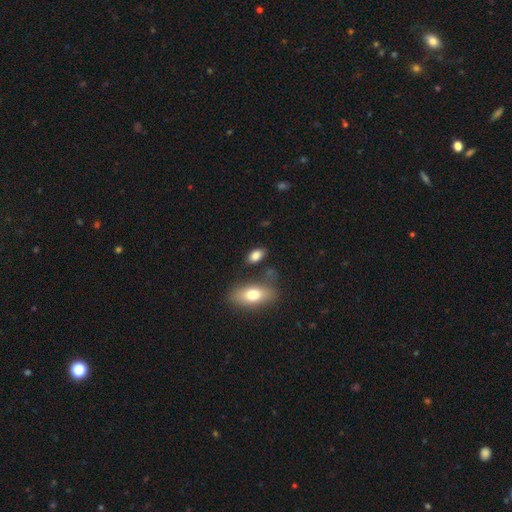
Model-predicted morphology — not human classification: A smooth galaxy with no disk features (83%) that is in between round and cigar-shaped (89%).

Vote fractions:
- Smooth or featured? smooth: 83% / featured or disk: 9% / star or artifact: 8%
- How rounded? in between: 89% / round: 7% / cigar-shaped: 4%
- Merging? none: 76% / minor disturbance: 14% / merger: 6% / major disturbance: 4%